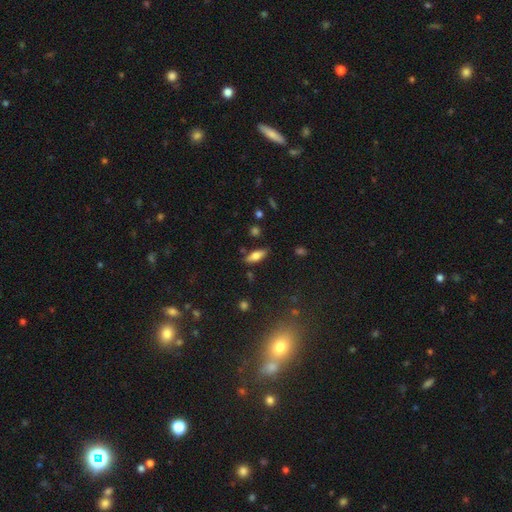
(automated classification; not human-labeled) Morphology: type=smooth (68%); roundness=in between (68%); merging=none (81%).